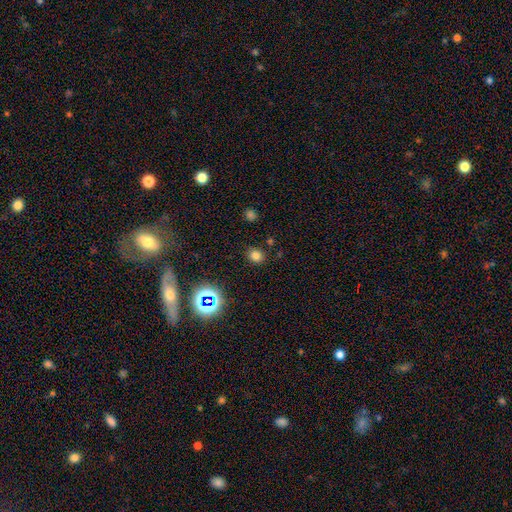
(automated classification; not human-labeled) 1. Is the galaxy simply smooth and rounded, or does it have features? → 76% smooth, 19% star or artifact, 6% featured or disk.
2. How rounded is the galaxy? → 65% round, 34% in between, 1% cigar-shaped.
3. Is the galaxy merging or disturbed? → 86% none, 9% minor disturbance, 3% major disturbance, 2% merger.